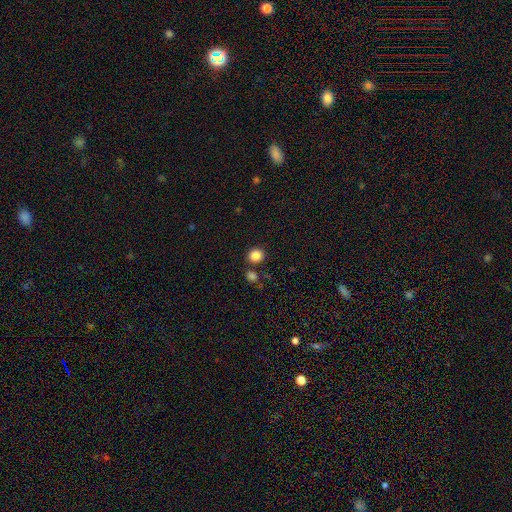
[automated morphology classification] Overall: smooth (86%). How rounded: round (80%). Merging: none (80%).